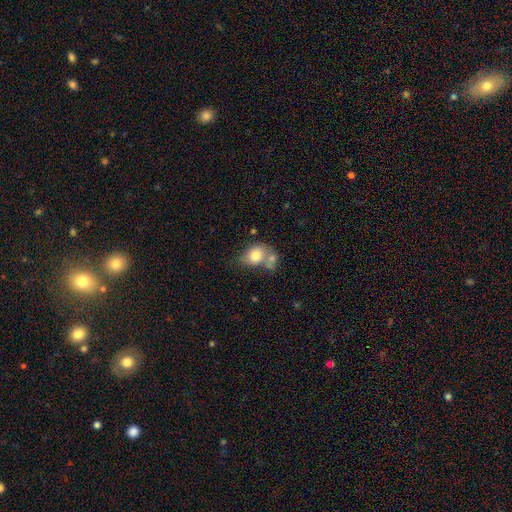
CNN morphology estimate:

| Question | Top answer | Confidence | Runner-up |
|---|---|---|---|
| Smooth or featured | smooth | 76% | featured or disk (16%) |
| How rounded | in between | 60% | round (39%) |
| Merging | merger | 44% | none (32%) |